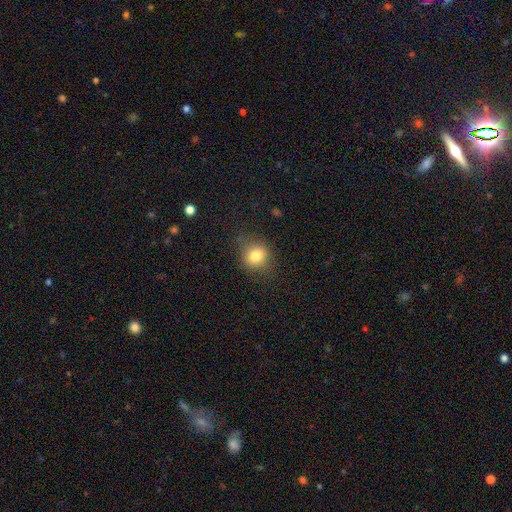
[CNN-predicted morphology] Smooth or featured: smooth — 81% (star or artifact — 12%)
How rounded: round — 78% (in between — 21%)
Merging: none — 79% (minor disturbance — 15%)